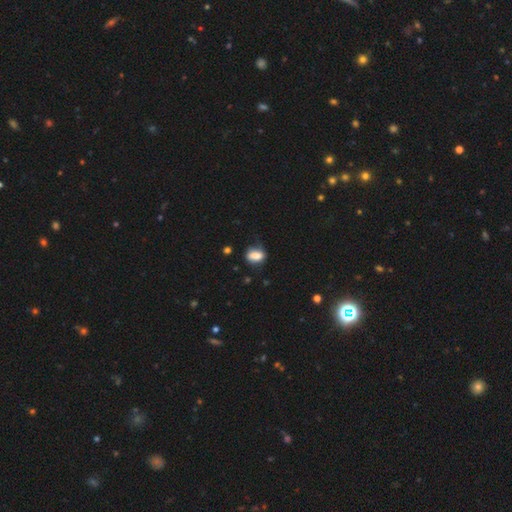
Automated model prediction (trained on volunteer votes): Smooth or featured? Predicted: smooth (p=0.78). How rounded? Predicted: in between (p=0.78). Merging? Predicted: none (p=0.63).